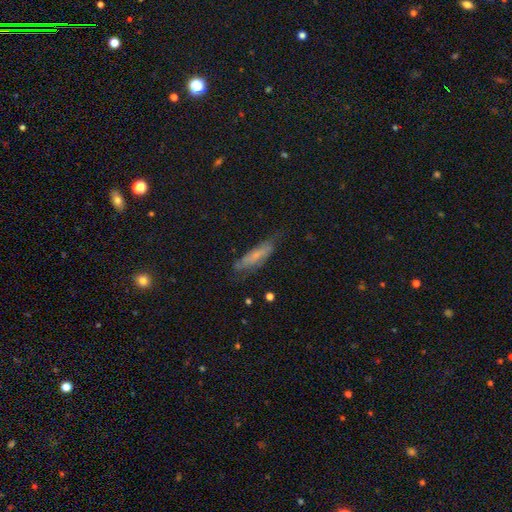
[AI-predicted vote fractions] smooth 53%, featured or disk 38%, star or artifact 9%. Down the decision tree: how rounded — cigar-shaped (63%); merging — none (62%).